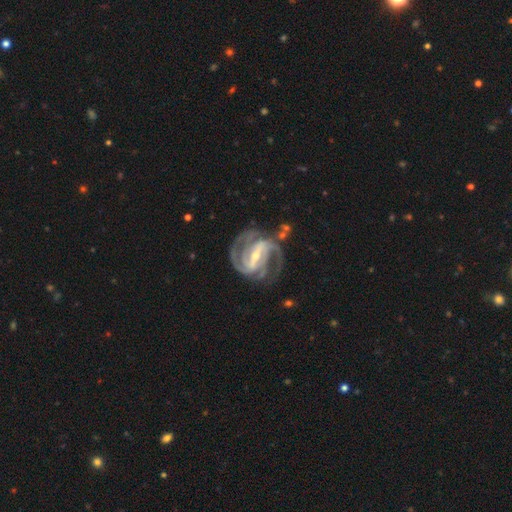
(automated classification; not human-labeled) Morphology: type=featured or disk (93%); edge-on=no (98%); bar=strong (70%); spiral arms=yes (98%); winding=tight (48%); arm count=2 (37%); bulge=small (56%); merging=none (70%).